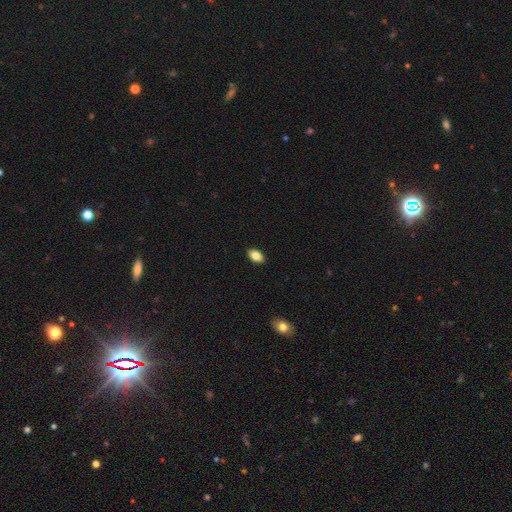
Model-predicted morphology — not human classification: This is clearly a smooth galaxy (83%). How rounded: clearly in between (92%). Merging: clearly none (90%).